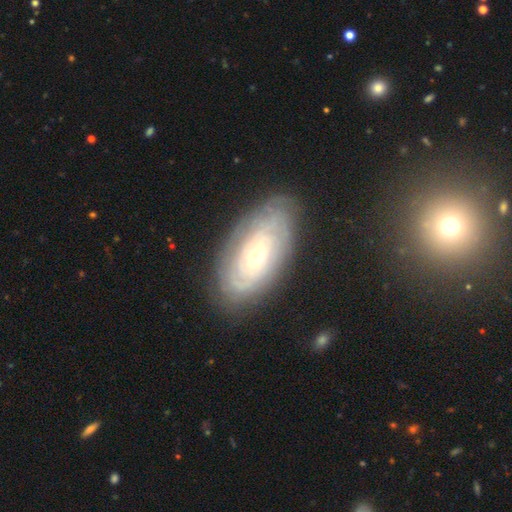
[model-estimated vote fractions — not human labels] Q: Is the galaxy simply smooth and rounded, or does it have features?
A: featured or disk — 73%.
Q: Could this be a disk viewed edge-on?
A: no — 92%.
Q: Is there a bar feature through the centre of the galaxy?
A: no — 82%.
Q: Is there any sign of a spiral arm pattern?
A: yes — 82%.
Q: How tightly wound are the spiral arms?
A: tight — 80%.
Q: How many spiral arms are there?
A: can't tell — 62%.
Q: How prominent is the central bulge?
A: small — 57%.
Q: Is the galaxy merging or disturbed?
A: none — 78%.